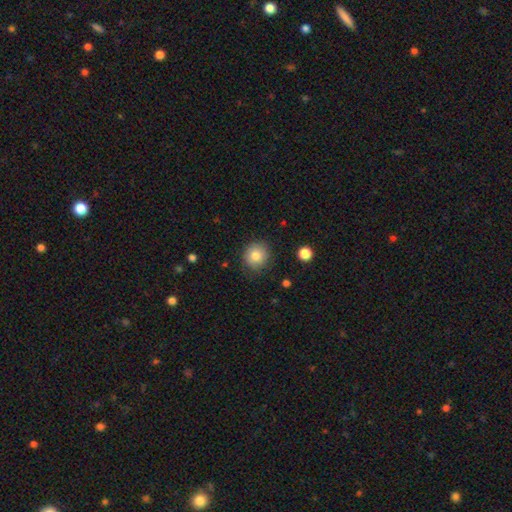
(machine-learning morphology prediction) Smooth or featured?
  - smooth: 81% *
  - star or artifact: 10%
  - featured or disk: 9%
How rounded?
  - round: 88% *
  - in between: 11%
  - cigar-shaped: 1%
Merging?
  - none: 84% *
  - minor disturbance: 12%
  - major disturbance: 3%
  - merger: 1%